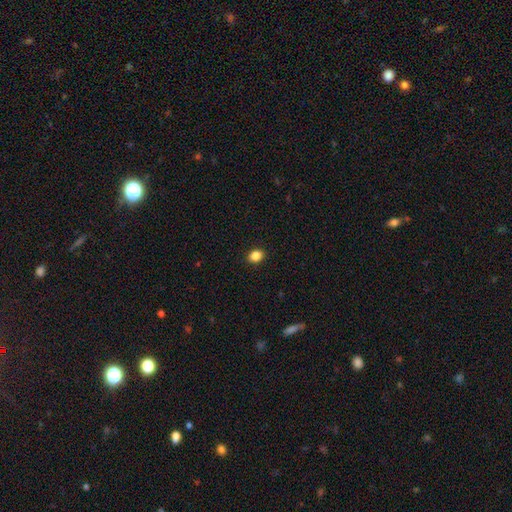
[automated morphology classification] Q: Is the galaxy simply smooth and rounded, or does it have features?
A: smooth — 86%.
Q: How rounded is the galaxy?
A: in between — 53%.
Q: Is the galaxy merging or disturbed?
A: none — 91%.